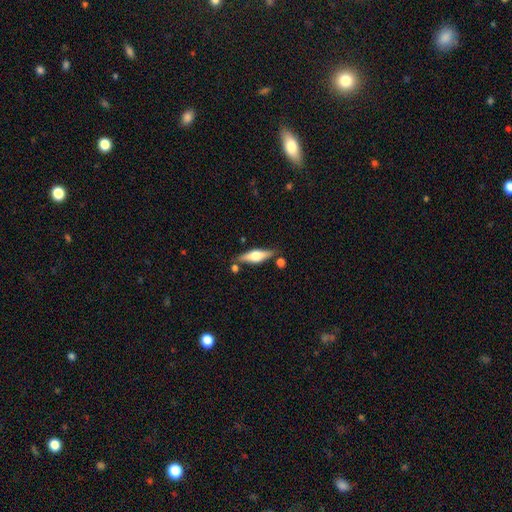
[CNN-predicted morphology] This appears to be a featured or disk galaxy (57%) viewed edge-on (93%) with a rounded central bulge (93%). Merging: none (80%).